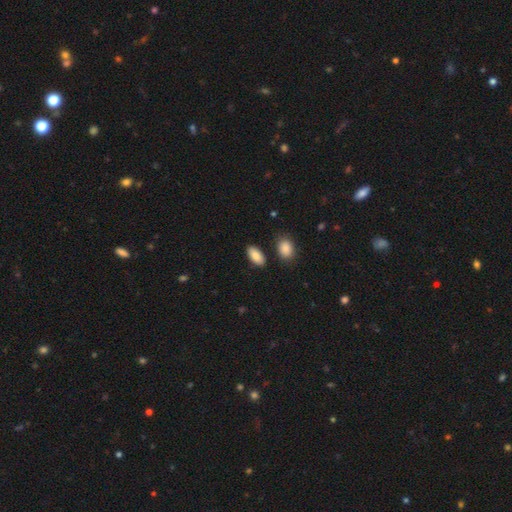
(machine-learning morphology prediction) This is clearly a smooth galaxy (86%). How rounded: clearly in between (92%). Merging: clearly none (84%).